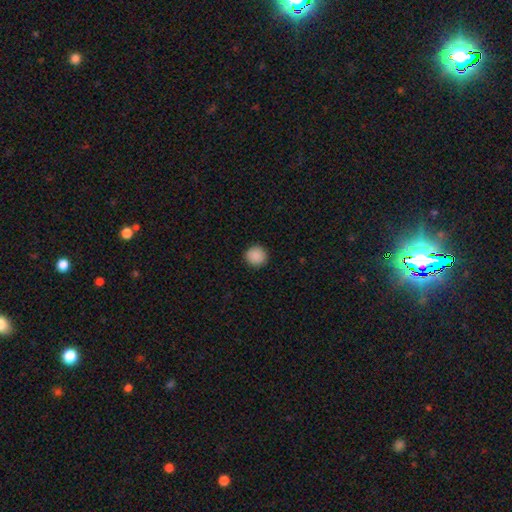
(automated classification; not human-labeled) A smooth galaxy with no disk features (89%) that is round (94%).

Vote fractions:
- Smooth or featured? smooth: 89% / star or artifact: 8% / featured or disk: 2%
- How rounded? round: 94% / in between: 6% / cigar-shaped: 1%
- Merging? none: 92% / minor disturbance: 5% / major disturbance: 2% / merger: 1%